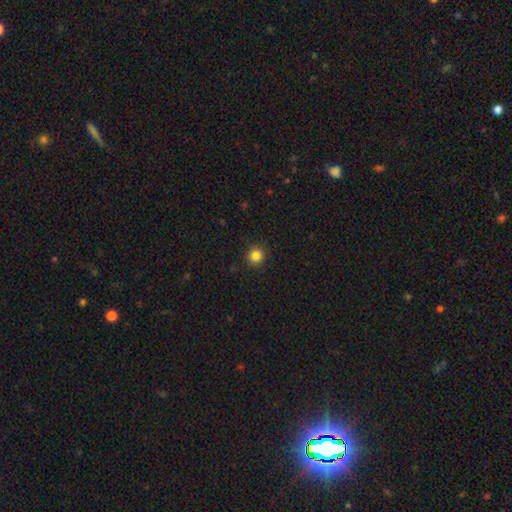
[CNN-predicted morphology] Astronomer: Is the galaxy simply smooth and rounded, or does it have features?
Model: smooth — 84%.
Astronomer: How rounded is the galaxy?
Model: round — 94%.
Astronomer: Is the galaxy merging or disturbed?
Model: none — 92%.